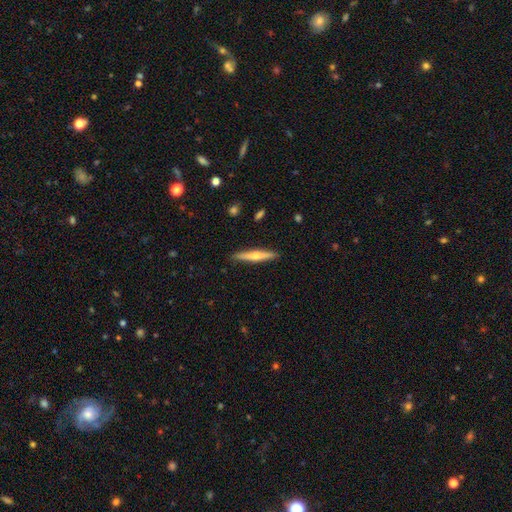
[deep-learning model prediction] This appears to be a featured or disk galaxy (52%) viewed edge-on (96%). Merging: none (89%).